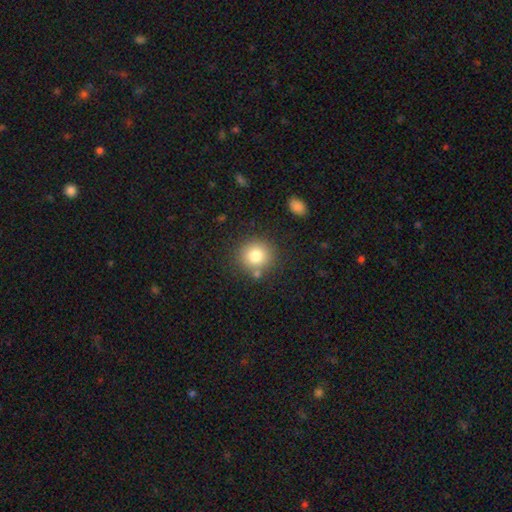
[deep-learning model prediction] Overall: smooth (79%). How rounded: round (90%). Merging: none (78%).